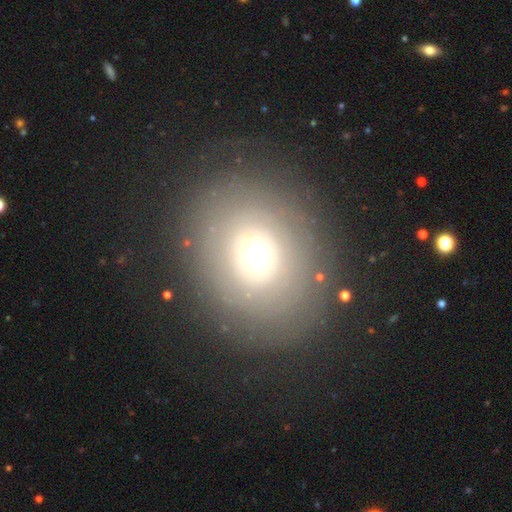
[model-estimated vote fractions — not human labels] smooth-or-featured: smooth: 51% | featured or disk: 35% | star or artifact: 14%
  how-rounded: round: 59% | in between: 40% | cigar-shaped: 1%
  merging: none: 80% | minor disturbance: 12% | major disturbance: 7% | merger: 2%